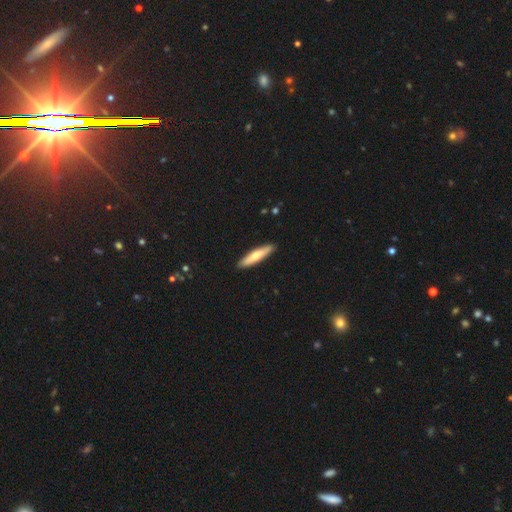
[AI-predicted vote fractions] A smooth galaxy with no disk features (61%) that is cigar-shaped (86%).

Vote fractions:
- Smooth or featured? smooth: 61% / featured or disk: 34% / star or artifact: 5%
- How rounded? cigar-shaped: 86% / in between: 13% / round: 1%
- Merging? none: 91% / minor disturbance: 7% / major disturbance: 1% / merger: 1%